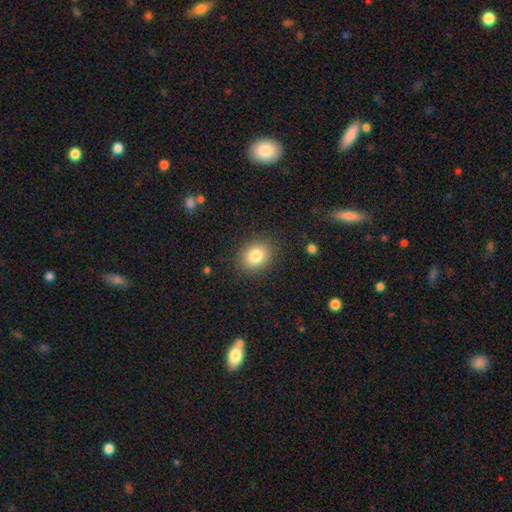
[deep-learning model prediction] Overall: smooth (82%). How rounded: in between (51%; round 48%). Merging: none (87%).